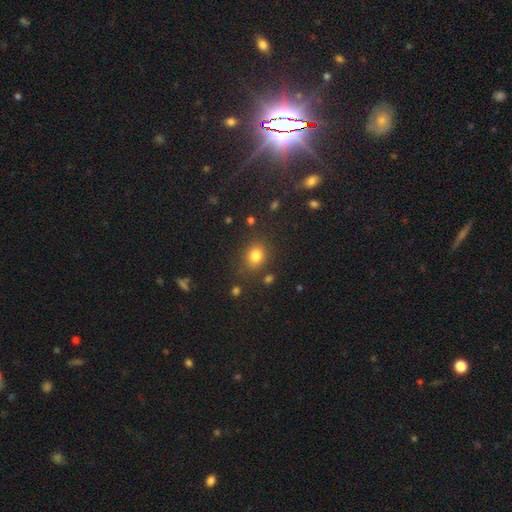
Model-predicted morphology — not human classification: The model was most divided on "how rounded": round: 59%, in between: 40%, cigar-shaped: 1%. More confident: smooth or featured — smooth (80%); merging — none (80%).